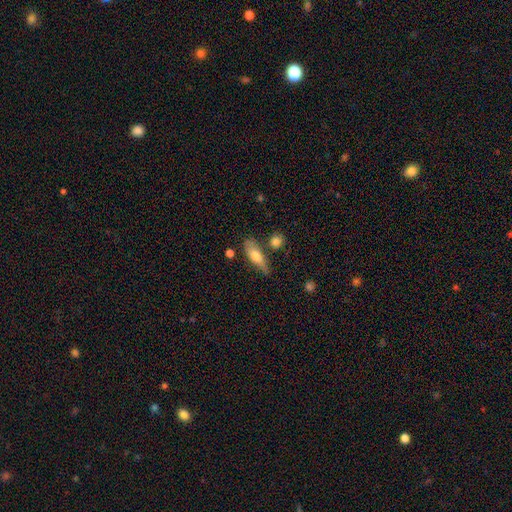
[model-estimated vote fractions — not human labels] This is likely a smooth galaxy (65%). How rounded: possibly in between (53%). Merging: possibly none (58%).